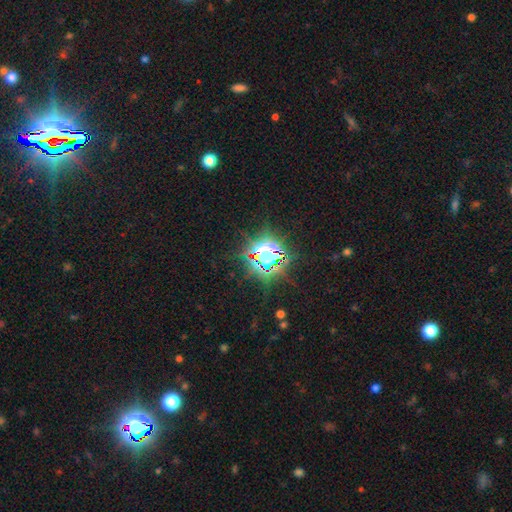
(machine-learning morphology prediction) This appears to be a star or artifact, not a galaxy (81%).